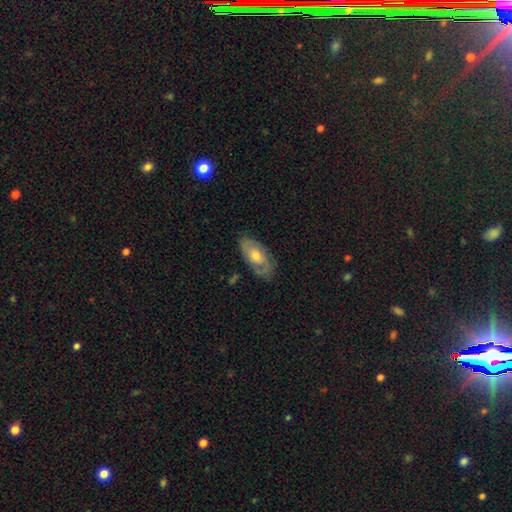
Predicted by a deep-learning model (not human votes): Smooth or featured? featured or disk (49%)
Merging? none (77%)